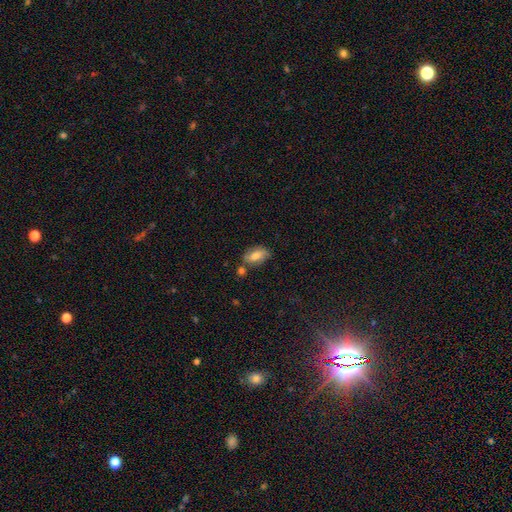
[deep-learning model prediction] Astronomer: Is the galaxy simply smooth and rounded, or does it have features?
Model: smooth — 66%.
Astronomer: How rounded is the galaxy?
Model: in between — 89%.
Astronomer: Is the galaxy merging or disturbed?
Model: none — 65%.